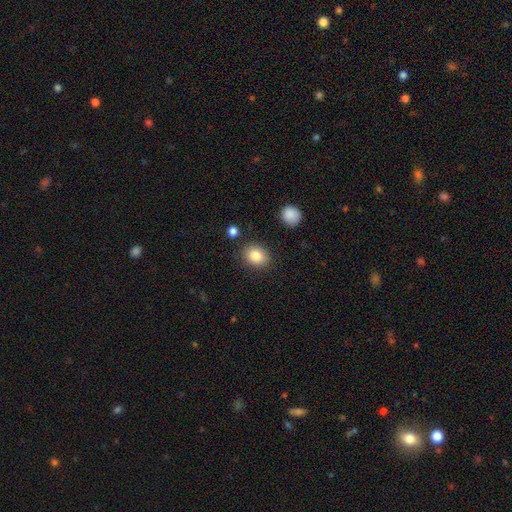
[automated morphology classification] Smooth or featured? smooth (85%)
How rounded? in between (53%)
Merging? none (85%)